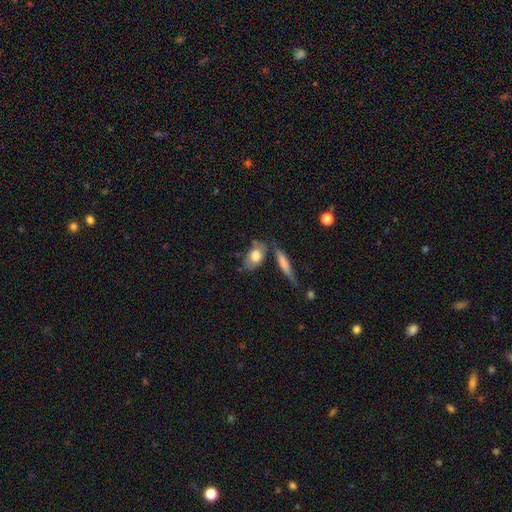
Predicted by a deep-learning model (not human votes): Smooth or featured? Predicted: smooth (p=0.73). How rounded? Predicted: in between (p=0.82). Merging? Predicted: none (p=0.61).